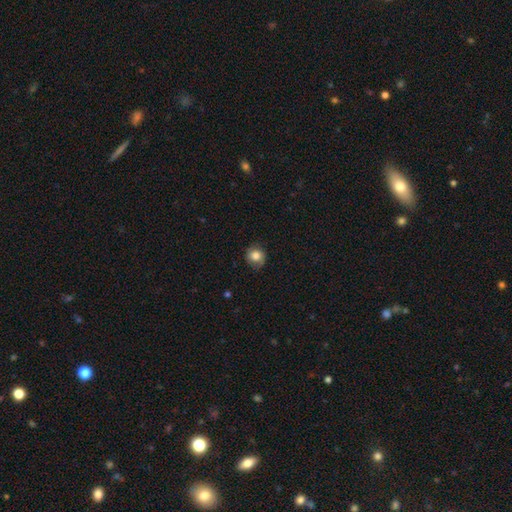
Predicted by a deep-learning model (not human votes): A smooth galaxy with no disk features (78%) that is round (81%).

Vote fractions:
- Smooth or featured? smooth: 78% / featured or disk: 13% / star or artifact: 9%
- How rounded? round: 81% / in between: 18% / cigar-shaped: 1%
- Merging? none: 76% / minor disturbance: 19% / major disturbance: 5% / merger: 1%